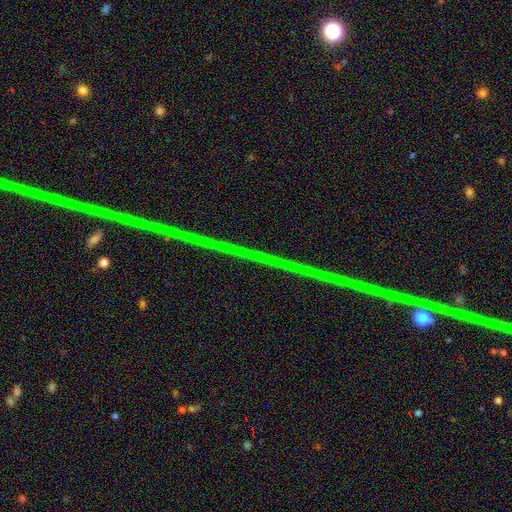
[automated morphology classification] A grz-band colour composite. It shows a star or artifact, not a galaxy (78%).